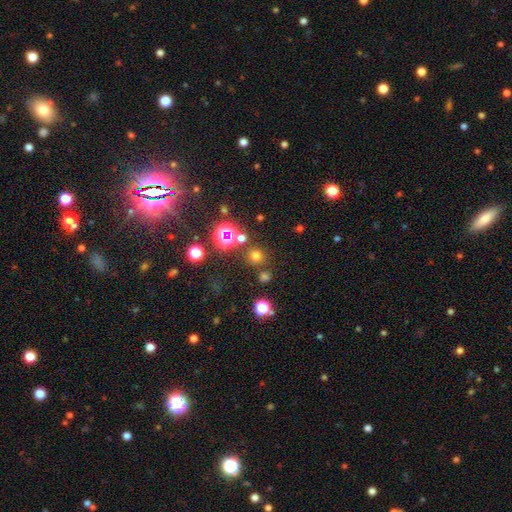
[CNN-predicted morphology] This is likely a smooth galaxy (64%). How rounded: clearly round (93%). Merging: likely none (80%).